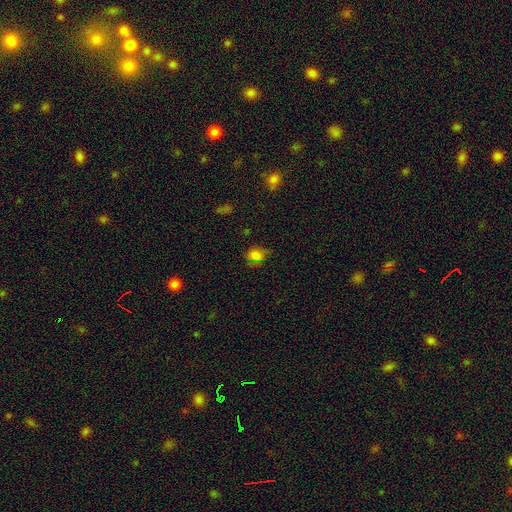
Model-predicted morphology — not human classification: This is likely a smooth galaxy (70%). How rounded: likely round (61%). Merging: likely none (66%).